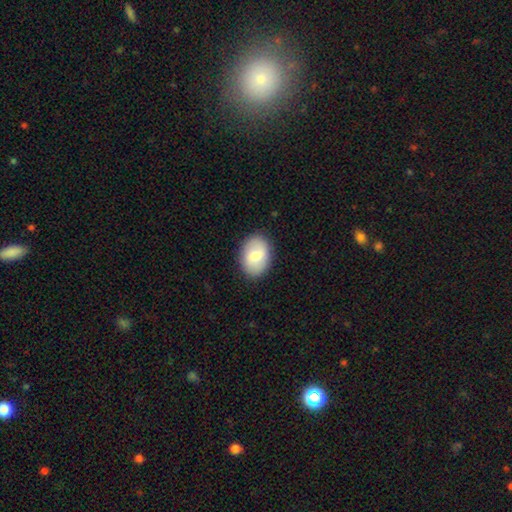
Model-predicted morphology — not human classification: This appears to be a smooth galaxy with no disk features (69%) that is in between round and cigar-shaped (79%). Merging: none (87%).